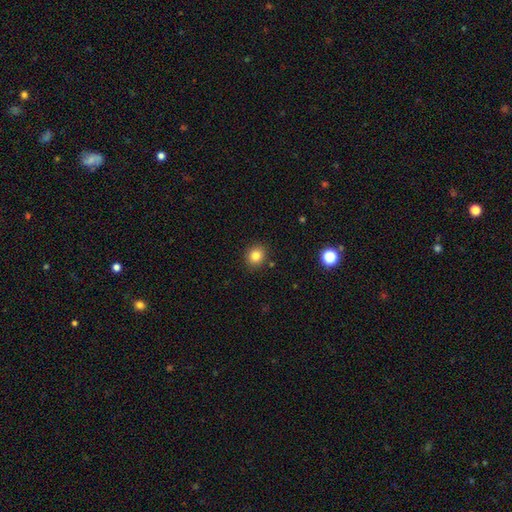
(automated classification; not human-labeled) smooth_or_featured: smooth (p=0.83) [alt: star or artifact p=0.11]
how_rounded: round (p=0.79) [alt: in between p=0.20]
merging: none (p=0.88) [alt: minor disturbance p=0.07]